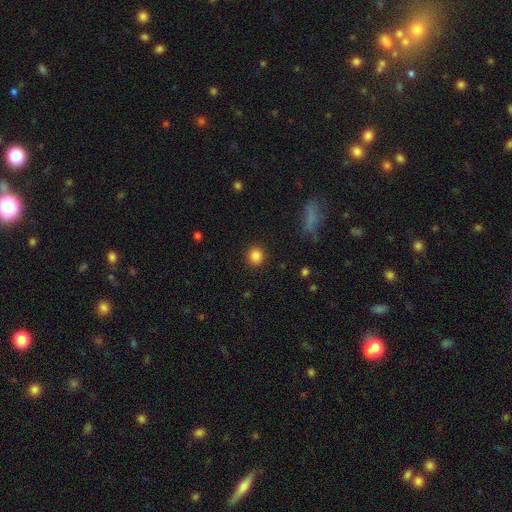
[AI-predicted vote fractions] This is clearly a smooth galaxy (85%). How rounded: clearly round (85%). Merging: clearly none (90%).